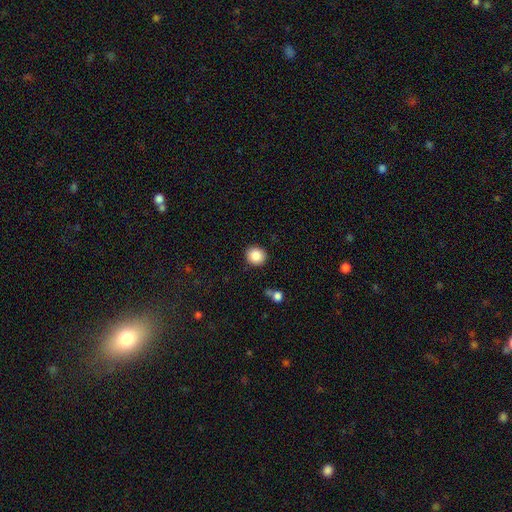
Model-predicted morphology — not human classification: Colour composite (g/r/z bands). It shows a smooth galaxy with no disk features (88%) that is round (87%). Merging: none (89%).